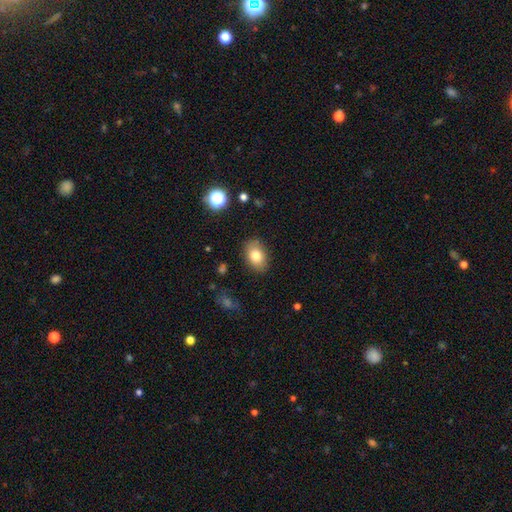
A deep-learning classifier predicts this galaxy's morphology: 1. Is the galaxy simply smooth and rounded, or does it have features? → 79% smooth, 12% featured or disk, 9% star or artifact.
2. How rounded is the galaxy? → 84% in between, 15% round, 1% cigar-shaped.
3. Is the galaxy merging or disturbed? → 84% none, 12% minor disturbance, 3% major disturbance, 1% merger.